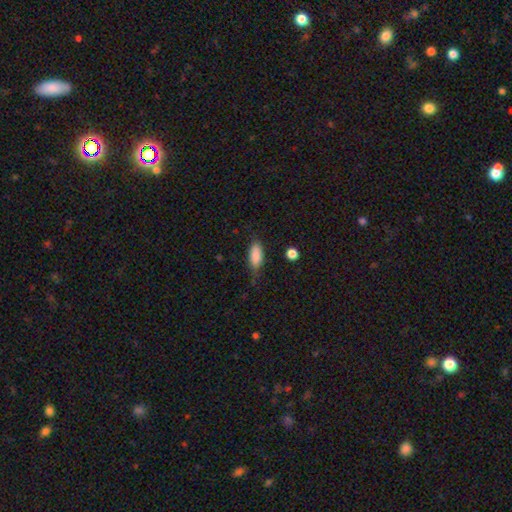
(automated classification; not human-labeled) smooth_or_featured: smooth (p=0.84) [alt: featured or disk p=0.08]
how_rounded: in between (p=0.80) [alt: cigar-shaped p=0.17]
merging: none (p=0.60) [alt: minor disturbance p=0.29]